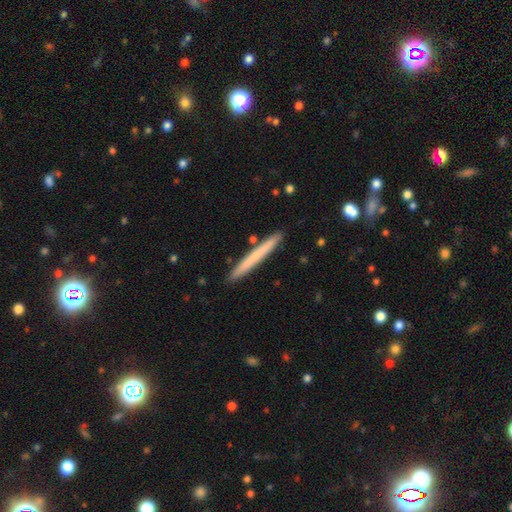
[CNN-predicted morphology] This is likely a smooth galaxy (63%). How rounded: clearly cigar-shaped (97%). Merging: clearly none (90%).